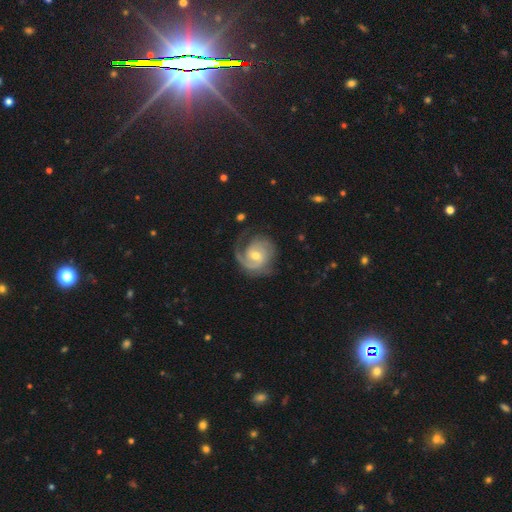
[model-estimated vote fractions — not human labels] Smooth or featured? Predicted: featured or disk (p=0.87). Edge-on disk? Predicted: no (p=0.98). Bar? Predicted: no (p=0.53). Spiral arms? Predicted: yes (p=0.97). Spiral winding? Predicted: tight (p=0.49). Spiral arm count? Predicted: 2 (p=0.47). Bulge size? Predicted: moderate (p=0.58). Merging? Predicted: none (p=0.64).